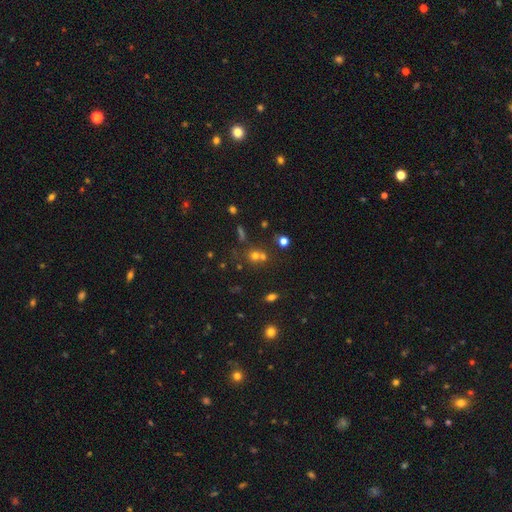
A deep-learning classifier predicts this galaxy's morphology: Overall: smooth (57%; star or artifact 27%). How rounded: round (81%). Merging: none (49%; merger 39%).